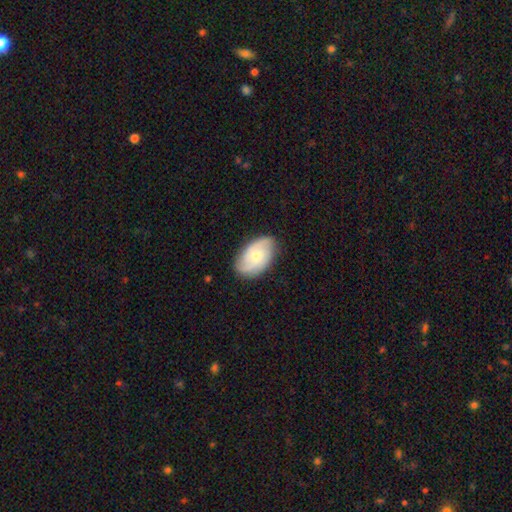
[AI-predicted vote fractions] The model was most divided on "bulge size": small: 49%, moderate: 45%, large: 3%, none: 2%, dominant: 1%. More confident: edge-on disk — no (95%); spiral arms — yes (88%); merging — none (80%); bar — no (73%); smooth or featured — featured or disk (56%).